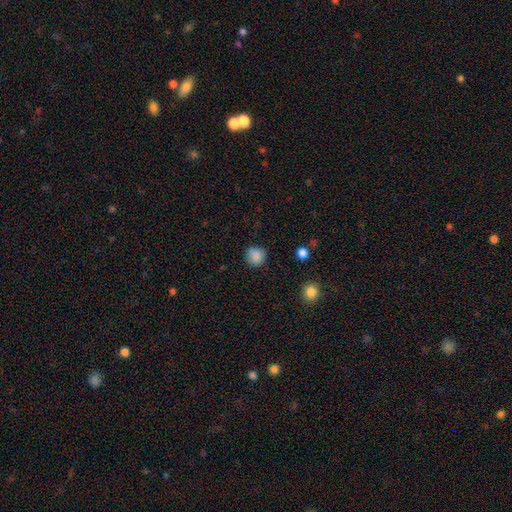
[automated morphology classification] A smooth galaxy with no disk features (86%) that is round (90%).

Vote fractions:
- Smooth or featured? smooth: 86% / star or artifact: 10% / featured or disk: 4%
- How rounded? round: 90% / in between: 10% / cigar-shaped: 1%
- Merging? none: 83% / minor disturbance: 12% / major disturbance: 3% / merger: 1%